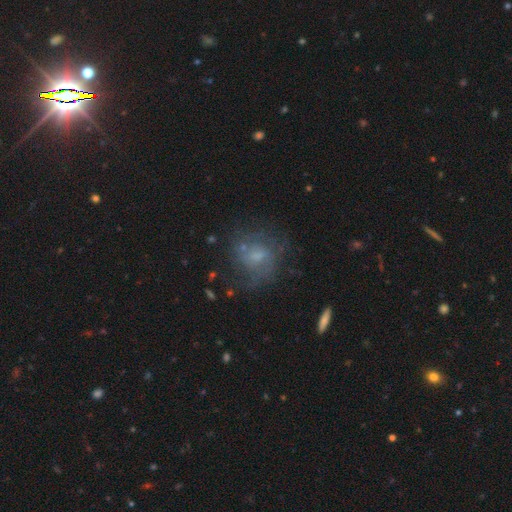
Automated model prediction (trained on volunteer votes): smooth_or_featured: featured or disk (p=0.53) [alt: smooth p=0.33]
disk_edge_on: no (p=0.97) [alt: yes p=0.03]
bar: no (p=0.54) [alt: weak p=0.39]
has_spiral_arms: yes (p=0.70) [alt: no p=0.30]
bulge_size: small (p=0.43) [alt: moderate p=0.31]
merging: none (p=0.61) [alt: minor disturbance p=0.20]